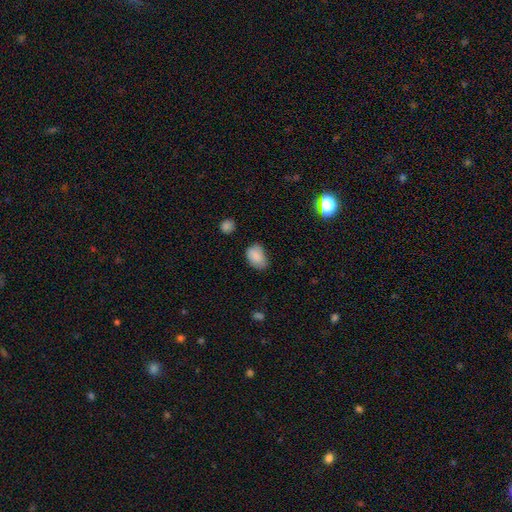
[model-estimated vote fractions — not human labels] This appears to be a smooth galaxy with no disk features (85%) that is in between round and cigar-shaped (81%). Merging: none (57%).